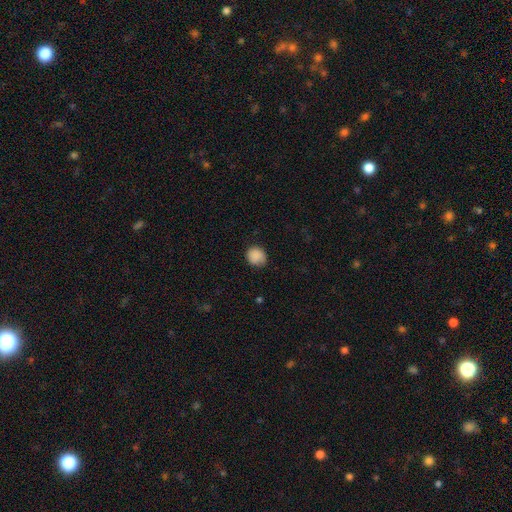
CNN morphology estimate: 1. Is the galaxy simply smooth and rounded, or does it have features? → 88% smooth, 8% star or artifact, 4% featured or disk.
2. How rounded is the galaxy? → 81% round, 18% in between, 1% cigar-shaped.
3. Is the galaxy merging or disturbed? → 75% none, 20% minor disturbance, 4% major disturbance, 1% merger.